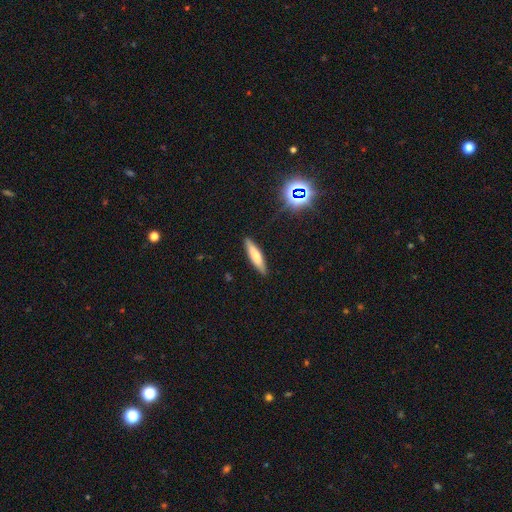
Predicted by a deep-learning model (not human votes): Smooth or featured? Predicted: smooth (p=0.67). How rounded? Predicted: cigar-shaped (p=0.80). Merging? Predicted: none (p=0.88).